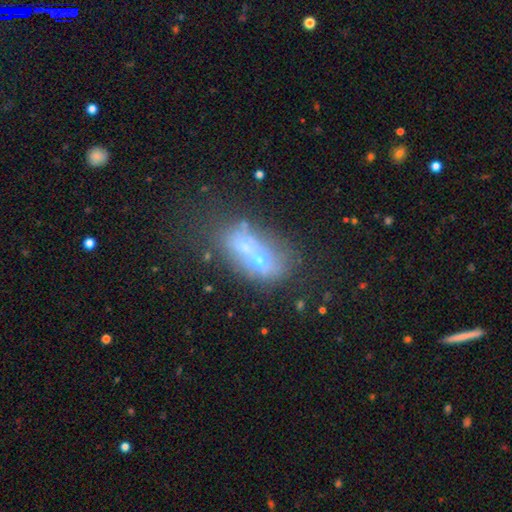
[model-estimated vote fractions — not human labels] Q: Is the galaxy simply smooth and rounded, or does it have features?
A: featured or disk — 44%.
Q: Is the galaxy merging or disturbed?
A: merger — 44%.